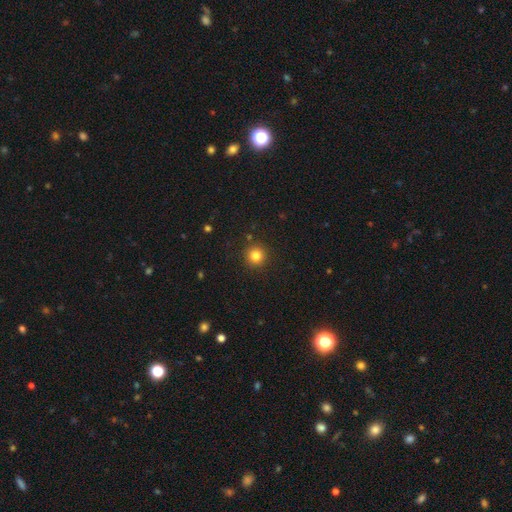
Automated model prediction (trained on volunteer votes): Morphology: type=smooth (82%); roundness=round (95%); merging=none (91%).